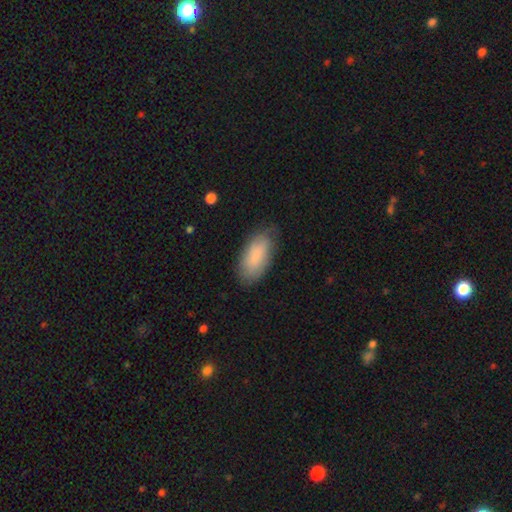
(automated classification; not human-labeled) Morphology: type=smooth (80%); roundness=in between (91%); merging=none (77%).